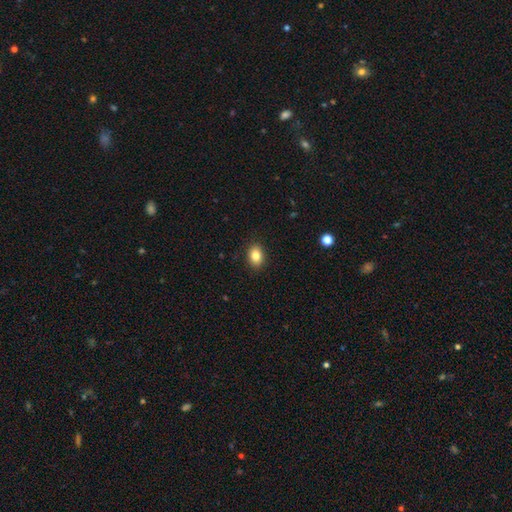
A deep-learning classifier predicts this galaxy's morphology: This appears to be a smooth galaxy with no disk features (84%) that is in between round and cigar-shaped (74%). Merging: none (89%).